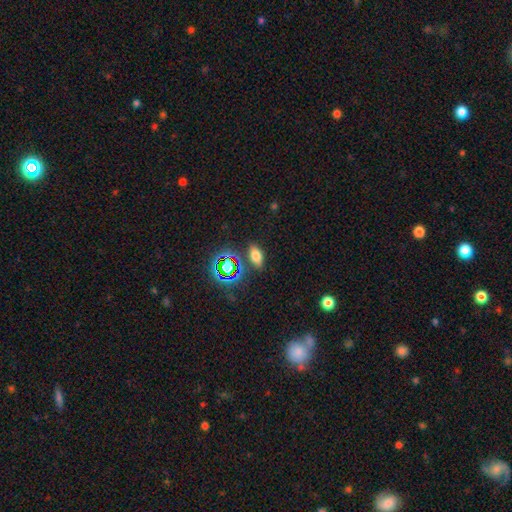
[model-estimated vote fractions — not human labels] Smooth or featured: smooth — 67% (star or artifact — 23%)
How rounded: in between — 85% (round — 9%)
Merging: none — 81% (minor disturbance — 11%)